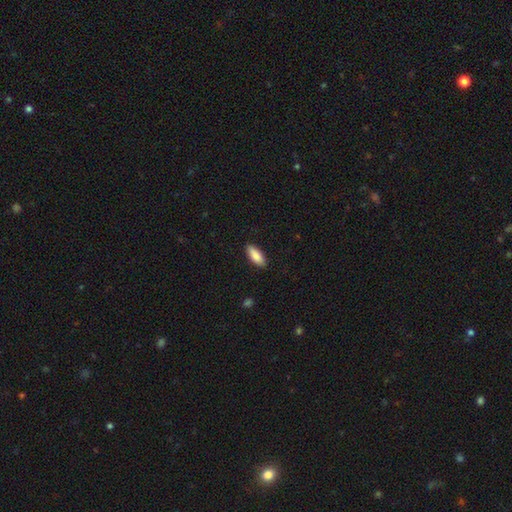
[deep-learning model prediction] A smooth galaxy with no disk features (87%) that is in between round and cigar-shaped (78%). Merging: none (88%).